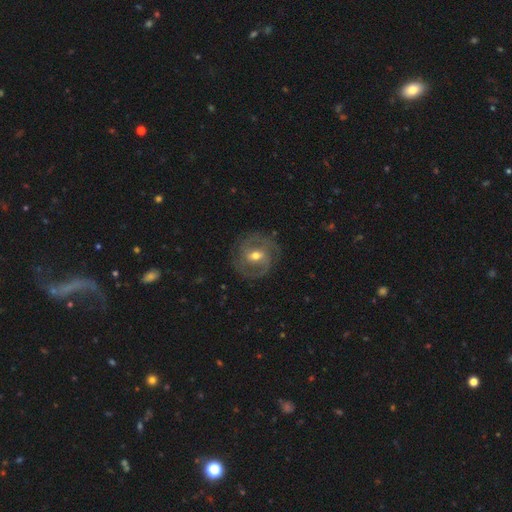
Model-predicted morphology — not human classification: This is clearly a featured or disk galaxy (83%). It is clearly not viewed edge-on (97%). Bar: possibly weak (51%). Spiral arm pattern: clearly yes (93%). Spiral arm count: likely 2 (67%). Spiral winding: marginally tight (44%, tied with medium). Central bulge: likely moderate (72%). Merging: likely none (79%).